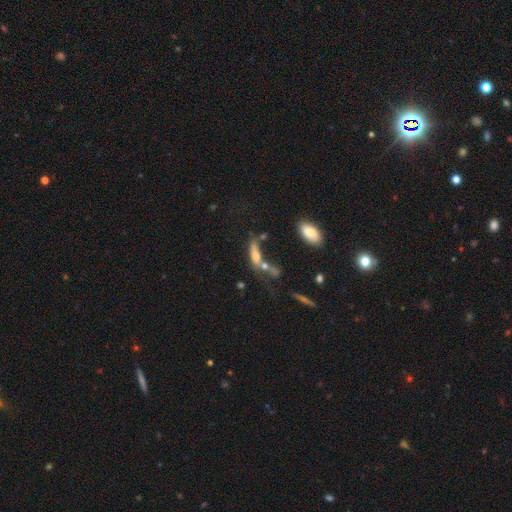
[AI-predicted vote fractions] Overall: smooth (58%; featured or disk 29%). How rounded: cigar-shaped (48%, tied with in between). Merging: merger (43%; none 26%).